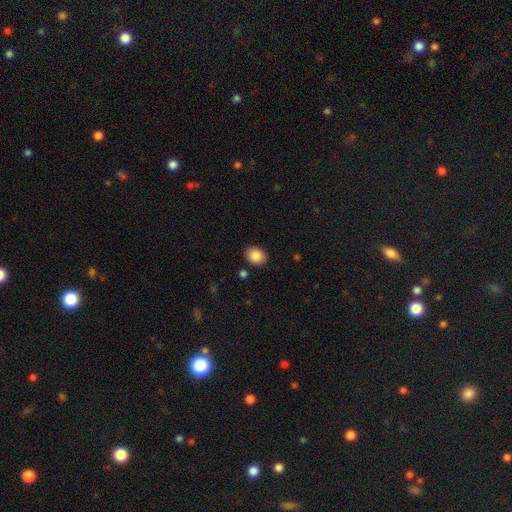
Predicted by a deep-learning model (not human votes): smooth-or-featured: smooth: 87% | star or artifact: 8% | featured or disk: 5%
  how-rounded: in between: 58% | round: 41% | cigar-shaped: 1%
  merging: none: 87% | minor disturbance: 8% | major disturbance: 2% | merger: 2%